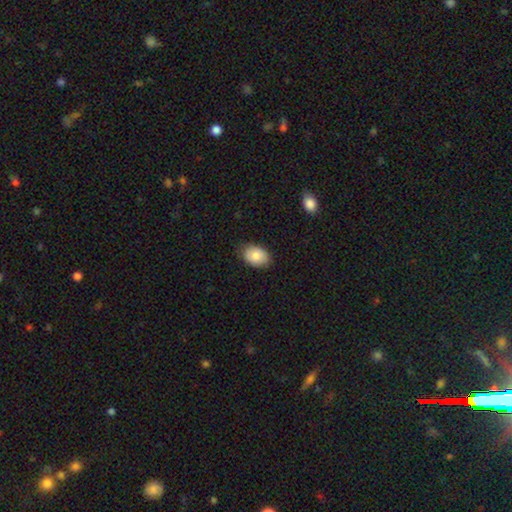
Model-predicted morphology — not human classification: Q: Smooth or featured?
A: smooth (82%); runner-up: featured or disk (11%)
Q: How rounded?
A: in between (81%); runner-up: round (18%)
Q: Merging?
A: none (82%); runner-up: minor disturbance (14%)